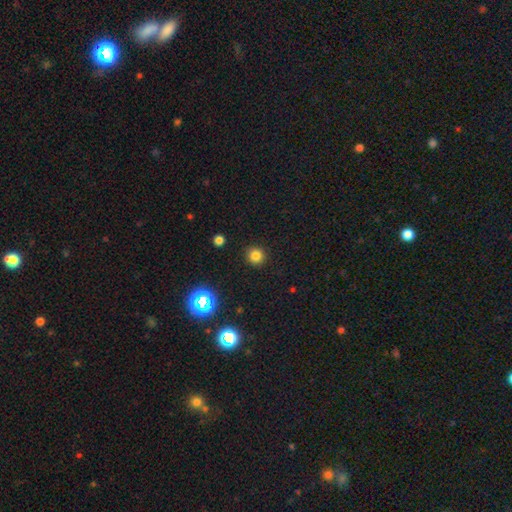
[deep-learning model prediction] A smooth galaxy with no disk features (79%) that is round (93%).

Vote fractions:
- Smooth or featured? smooth: 79% / star or artifact: 16% / featured or disk: 5%
- How rounded? round: 93% / in between: 6% / cigar-shaped: 1%
- Merging? none: 91% / minor disturbance: 5% / major disturbance: 2% / merger: 1%